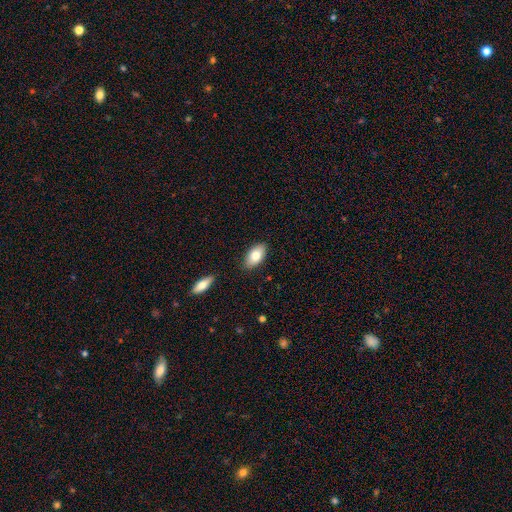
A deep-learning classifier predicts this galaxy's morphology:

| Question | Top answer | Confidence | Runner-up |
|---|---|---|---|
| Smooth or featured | smooth | 79% | featured or disk (15%) |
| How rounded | in between | 93% | cigar-shaped (3%) |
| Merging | none | 86% | minor disturbance (10%) |